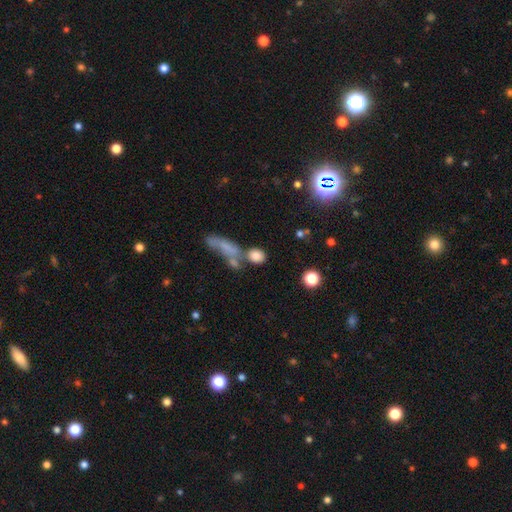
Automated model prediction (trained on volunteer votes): smooth 82%, star or artifact 10%, featured or disk 8%. Down the decision tree: how rounded — round (52%); merging — none (55%).